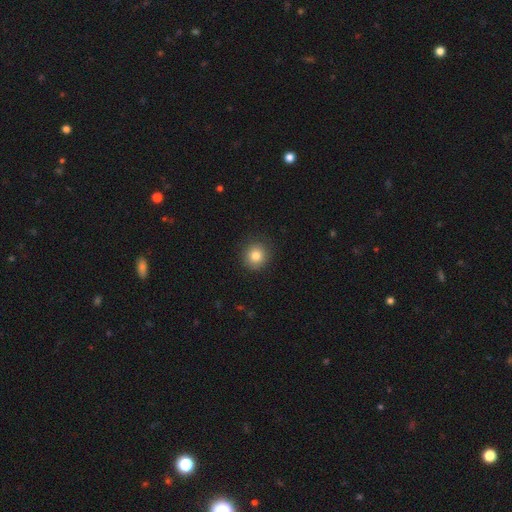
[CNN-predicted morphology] This appears to be a smooth galaxy with no disk features (81%) that is round (91%). Merging: none (89%).